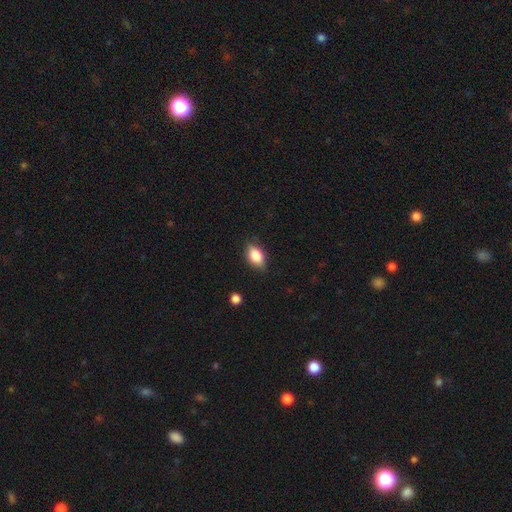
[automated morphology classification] This is clearly a smooth galaxy (84%). How rounded: clearly in between (85%). Merging: clearly none (82%).